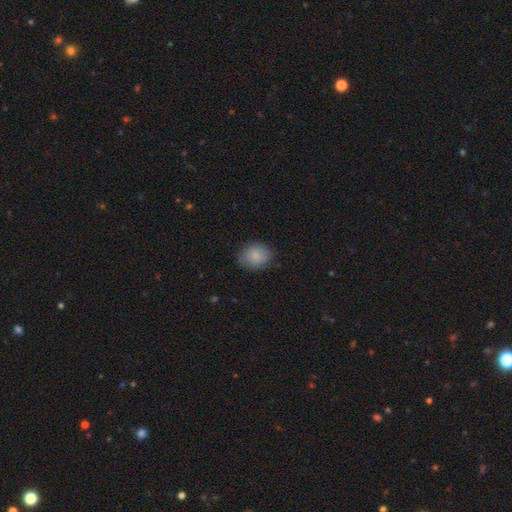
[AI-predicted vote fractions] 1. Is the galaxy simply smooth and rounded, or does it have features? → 86% smooth, 7% featured or disk, 7% star or artifact.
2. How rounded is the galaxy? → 53% round, 46% in between, 1% cigar-shaped.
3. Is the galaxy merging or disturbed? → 82% none, 13% minor disturbance, 3% major disturbance, 1% merger.